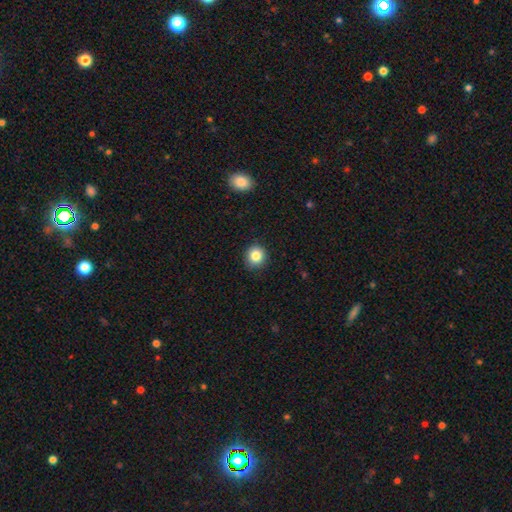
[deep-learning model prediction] smooth 84%, star or artifact 10%, featured or disk 6%. Down the decision tree: how rounded — round (90%); merging — none (91%).